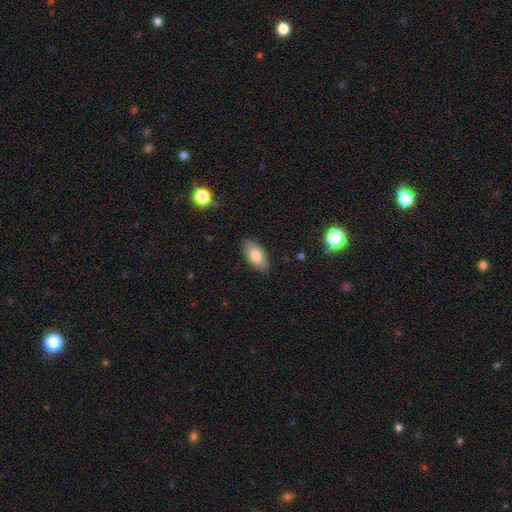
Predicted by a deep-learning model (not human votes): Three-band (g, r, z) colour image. It shows a smooth galaxy with no disk features (78%) that is in between round and cigar-shaped (91%). Merging: none (86%).